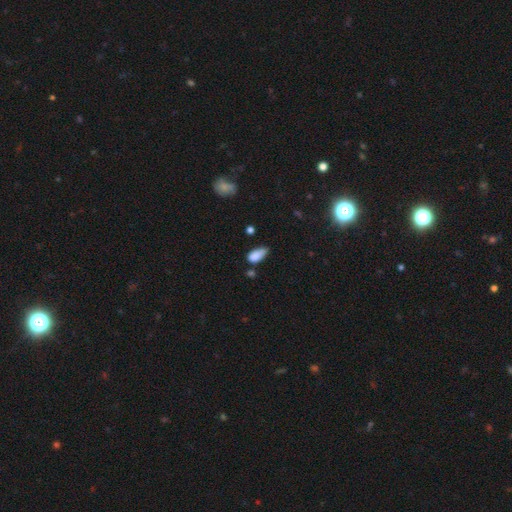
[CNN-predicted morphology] A smooth galaxy with no disk features (84%) that is in between round and cigar-shaped (90%). Merging: minor disturbance (46%).